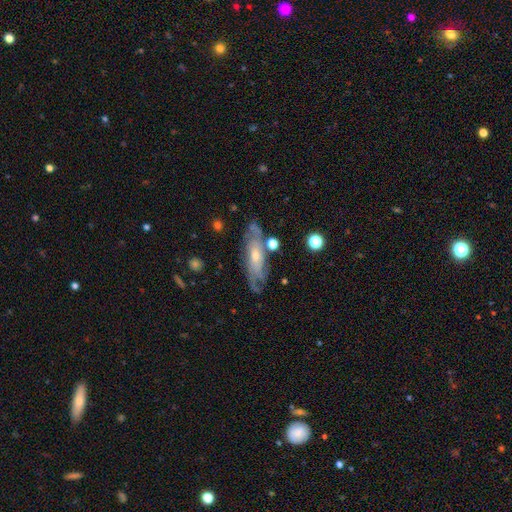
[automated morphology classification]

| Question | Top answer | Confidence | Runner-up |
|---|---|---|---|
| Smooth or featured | featured or disk | 74% | smooth (19%) |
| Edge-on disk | no | 76% | yes (24%) |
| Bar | no | 68% | weak (25%) |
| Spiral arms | yes | 86% | no (14%) |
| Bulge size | small | 54% | moderate (40%) |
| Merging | none | 72% | minor disturbance (18%) |